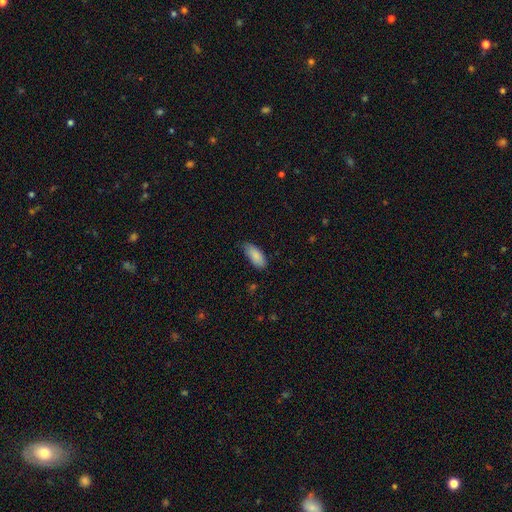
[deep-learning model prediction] Smooth or featured: smooth — 87% (featured or disk — 6%)
How rounded: in between — 86% (cigar-shaped — 13%)
Merging: none — 72% (minor disturbance — 23%)